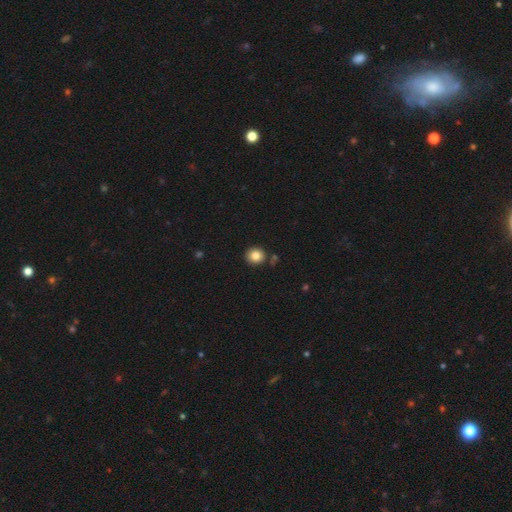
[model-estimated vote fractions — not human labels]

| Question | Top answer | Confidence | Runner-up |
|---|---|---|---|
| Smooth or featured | smooth | 84% | star or artifact (10%) |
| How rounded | round | 87% | in between (12%) |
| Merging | none | 84% | minor disturbance (8%) |